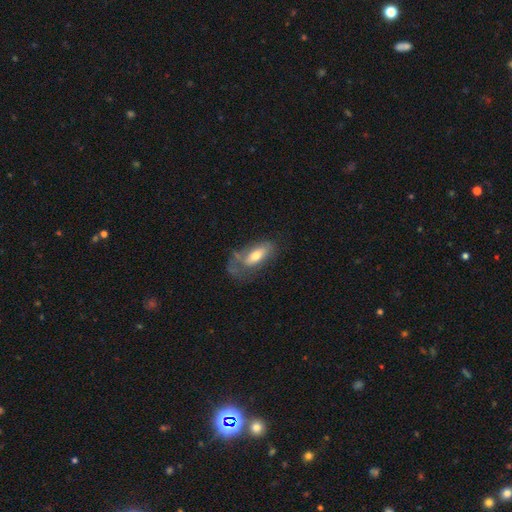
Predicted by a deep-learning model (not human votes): Overall: smooth (58%; featured or disk 35%). How rounded: in between (78%). Merging: major disturbance (35%; none 34%).